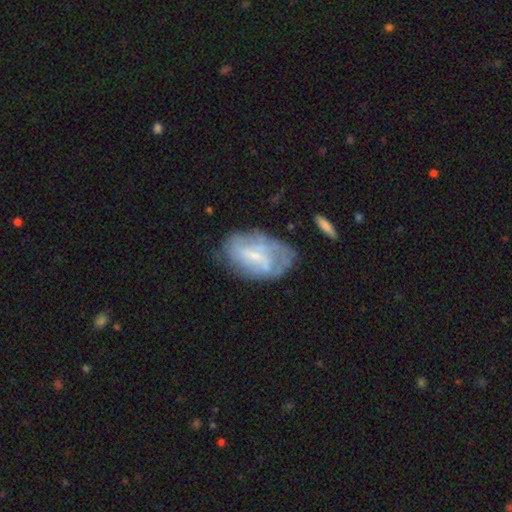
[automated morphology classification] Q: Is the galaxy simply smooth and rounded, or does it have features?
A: featured or disk — 63%.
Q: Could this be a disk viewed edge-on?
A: no — 96%.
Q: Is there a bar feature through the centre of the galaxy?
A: weak — 50%.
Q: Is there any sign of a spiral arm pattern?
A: yes — 62%.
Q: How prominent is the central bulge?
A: small — 60%.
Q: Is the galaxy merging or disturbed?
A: none — 51%.